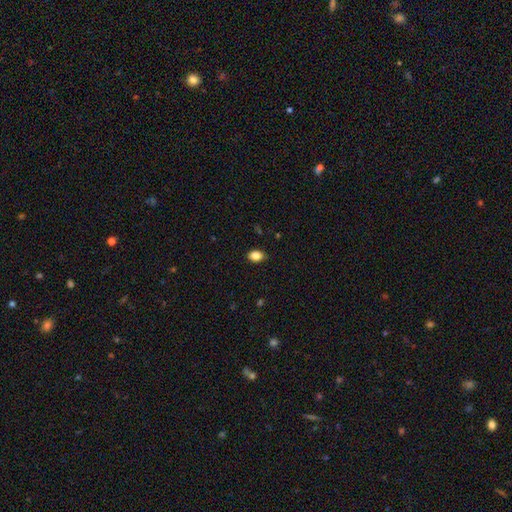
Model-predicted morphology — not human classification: smooth_or_featured: smooth (p=0.86) [alt: star or artifact p=0.09]
how_rounded: in between (p=0.83) [alt: round p=0.16]
merging: none (p=0.86) [alt: minor disturbance p=0.11]